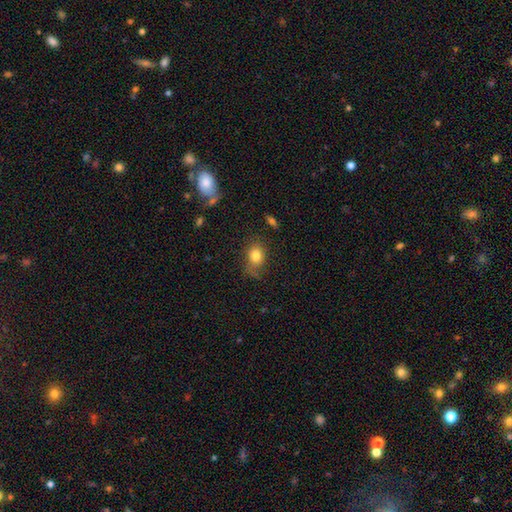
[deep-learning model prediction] This is clearly a smooth galaxy (81%). How rounded: possibly in between (58%). Merging: likely none (63%).